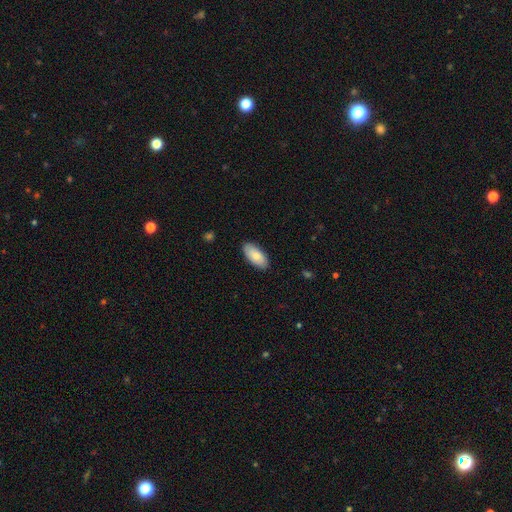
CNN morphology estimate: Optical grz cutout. It shows a smooth galaxy with no disk features (77%) that is in between round and cigar-shaped (93%). Merging: none (87%).